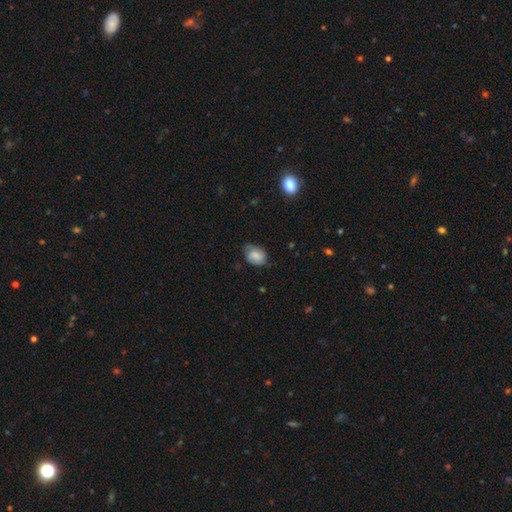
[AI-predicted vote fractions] This appears to be a smooth galaxy with no disk features (66%) that is in between round and cigar-shaped (68%). Merging: none (57%).